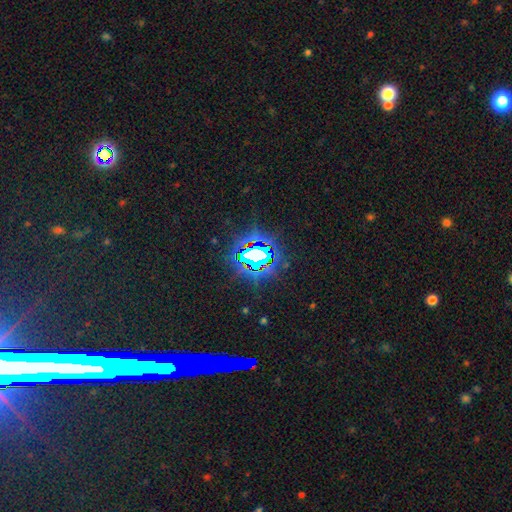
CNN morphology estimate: star or artifact 77%, smooth 12%, featured or disk 11%.